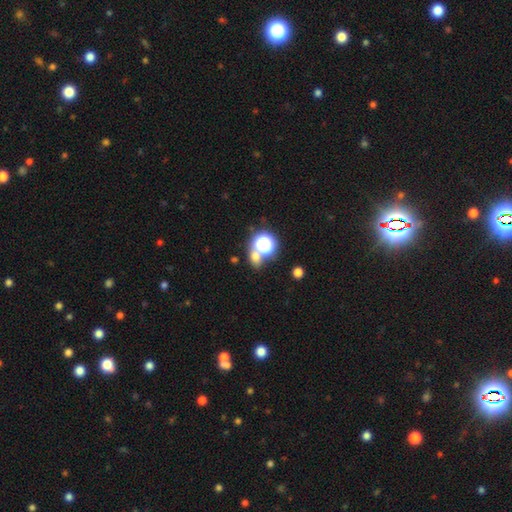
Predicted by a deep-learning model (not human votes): This is possibly a smooth galaxy (56%). How rounded: likely round (64%). Merging: possibly none (57%).